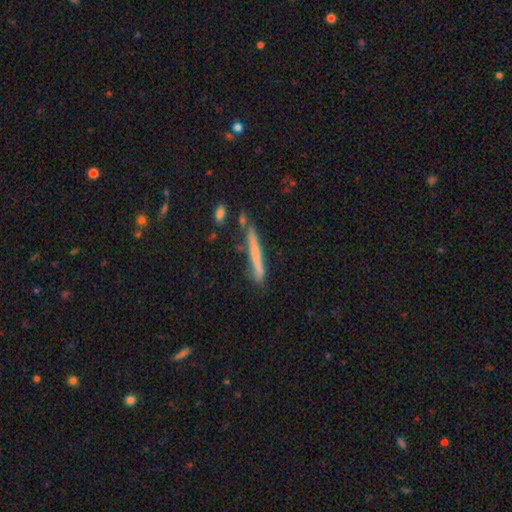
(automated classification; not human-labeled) This is likely a smooth galaxy (61%). How rounded: clearly cigar-shaped (96%). Merging: likely none (78%).